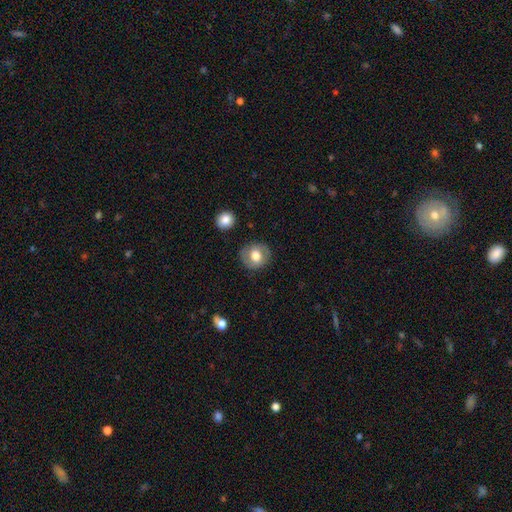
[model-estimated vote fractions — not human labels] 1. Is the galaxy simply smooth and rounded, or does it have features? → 68% smooth, 25% featured or disk, 7% star or artifact.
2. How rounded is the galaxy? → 82% round, 17% in between, 1% cigar-shaped.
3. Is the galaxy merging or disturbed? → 85% none, 10% minor disturbance, 3% major disturbance, 2% merger.